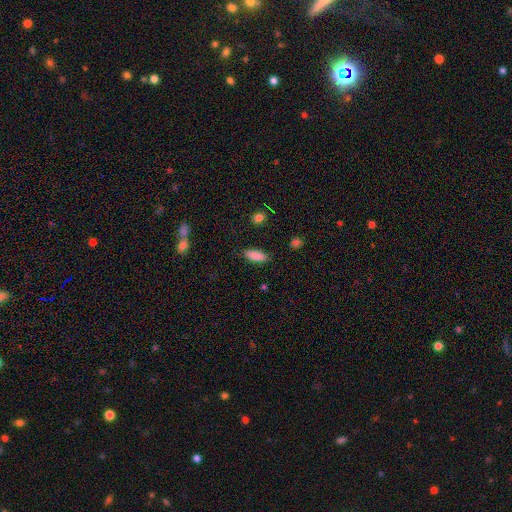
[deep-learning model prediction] smooth 87%, star or artifact 7%, featured or disk 5%. Down the decision tree: how rounded — in between (76%); merging — none (85%).